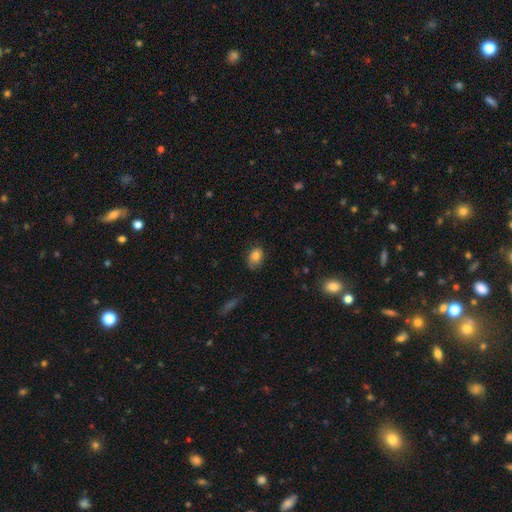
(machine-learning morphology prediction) A smooth galaxy with no disk features (81%) that is in between round and cigar-shaped (76%).

Vote fractions:
- Smooth or featured? smooth: 81% / featured or disk: 10% / star or artifact: 9%
- How rounded? in between: 76% / round: 22% / cigar-shaped: 1%
- Merging? none: 74% / minor disturbance: 20% / major disturbance: 4% / merger: 1%